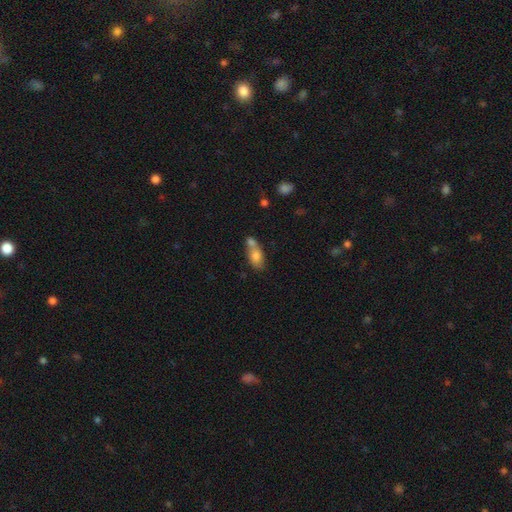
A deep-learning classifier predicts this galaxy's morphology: smooth-or-featured: smooth: 75% | featured or disk: 17% | star or artifact: 8%
  how-rounded: in between: 81% | round: 11% | cigar-shaped: 8%
  merging: merger: 52% | none: 32% | minor disturbance: 12% | major disturbance: 5%